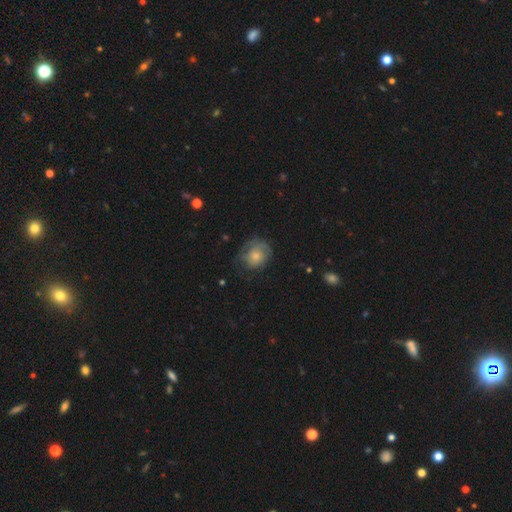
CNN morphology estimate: smooth 61%, featured or disk 31%, star or artifact 8%. Down the decision tree: how rounded — round (71%); merging — none (54%).